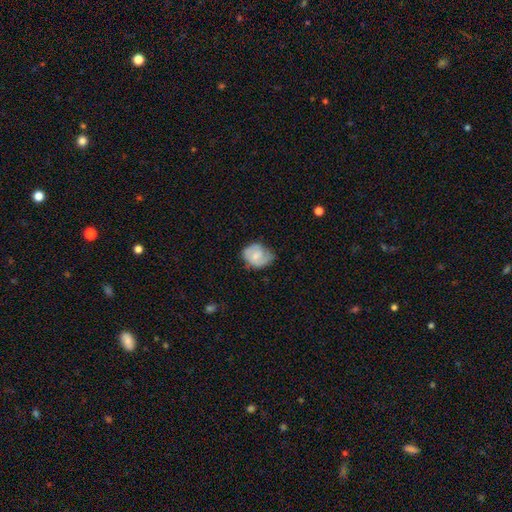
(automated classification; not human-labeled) Overall: smooth (48%; featured or disk 45%). Merging: none (52%; minor disturbance 35%).